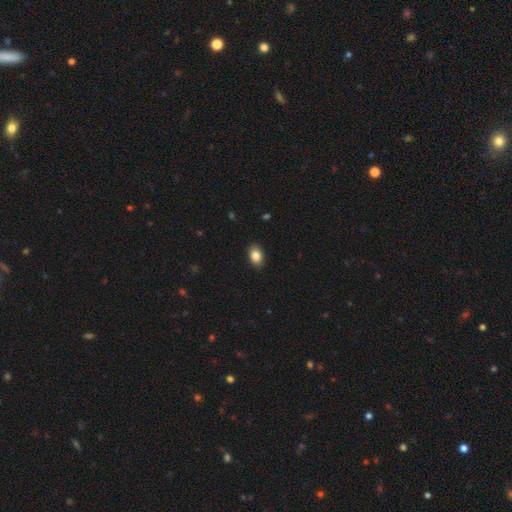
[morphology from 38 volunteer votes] Smooth or featured? 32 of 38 (84%) said smooth. How rounded? 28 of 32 (88%) said in between. Merging? 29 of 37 (78%) said none.